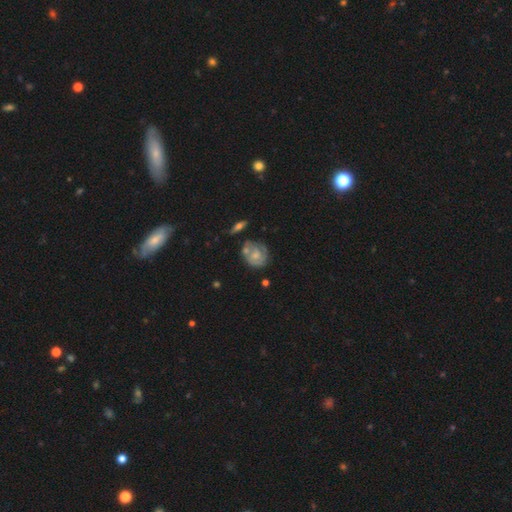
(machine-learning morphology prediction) smooth_or_featured: featured or disk (p=0.62) [alt: smooth p=0.31]
disk_edge_on: no (p=0.97) [alt: yes p=0.03]
bar: no (p=0.72) [alt: weak p=0.24]
has_spiral_arms: yes (p=0.74) [alt: no p=0.26]
bulge_size: moderate (p=0.44) [alt: small p=0.39]
merging: none (p=0.57) [alt: minor disturbance p=0.22]